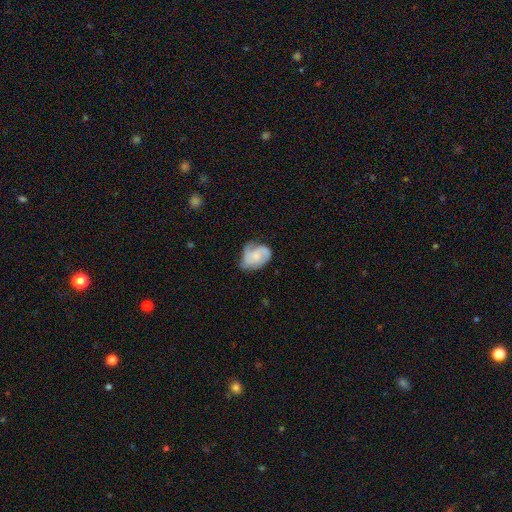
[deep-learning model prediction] Smooth or featured? featured or disk (55%)
Edge-on disk? no (98%)
Bar? no (72%)
Spiral arms? yes (84%)
Bulge size? small (43%)
Merging? none (43%)